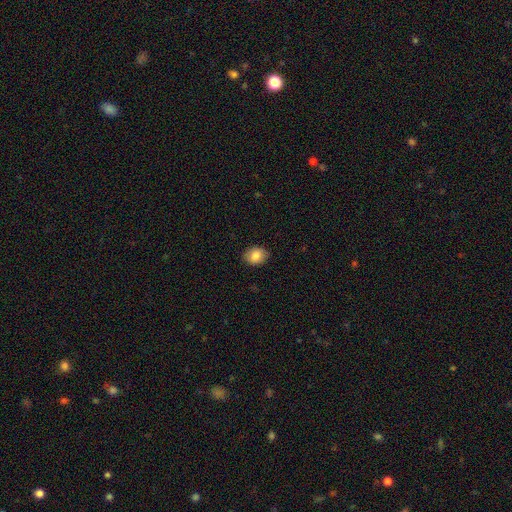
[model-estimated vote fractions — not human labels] smooth_or_featured: smooth (p=0.84) [alt: featured or disk p=0.08]
how_rounded: in between (p=0.63) [alt: round p=0.36]
merging: none (p=0.89) [alt: minor disturbance p=0.09]